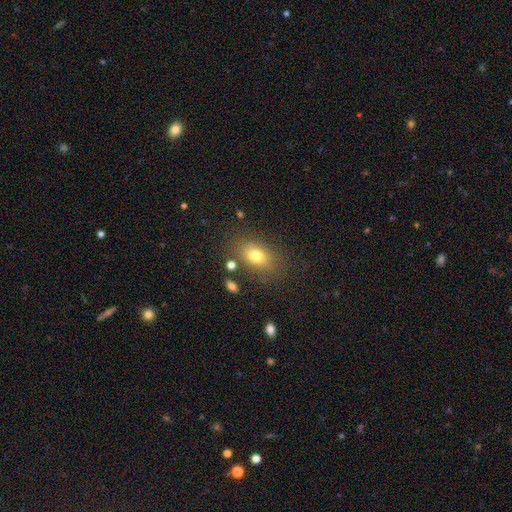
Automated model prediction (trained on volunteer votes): This appears to be a smooth galaxy with no disk features (75%) that is in between round and cigar-shaped (81%). Merging: none (76%).